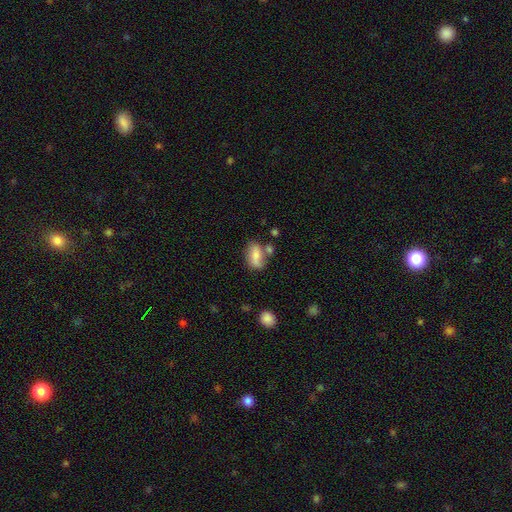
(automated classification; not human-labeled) Smooth or featured? Predicted: smooth (p=0.69). How rounded? Predicted: in between (p=0.84). Merging? Predicted: none (p=0.52).